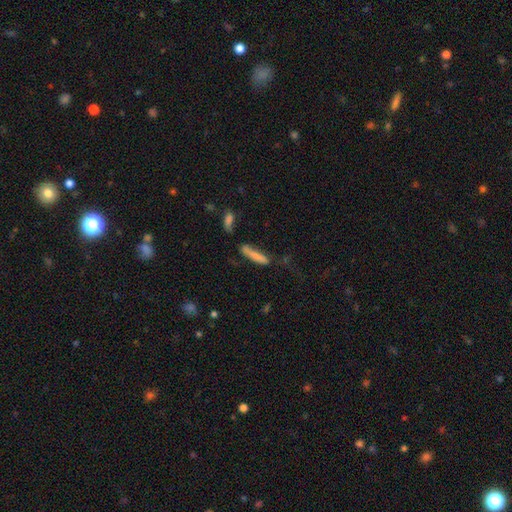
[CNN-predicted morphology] smooth_or_featured: smooth (p=0.76) [alt: featured or disk p=0.16]
how_rounded: cigar-shaped (p=0.88) [alt: in between p=0.10]
merging: none (p=0.60) [alt: minor disturbance p=0.22]